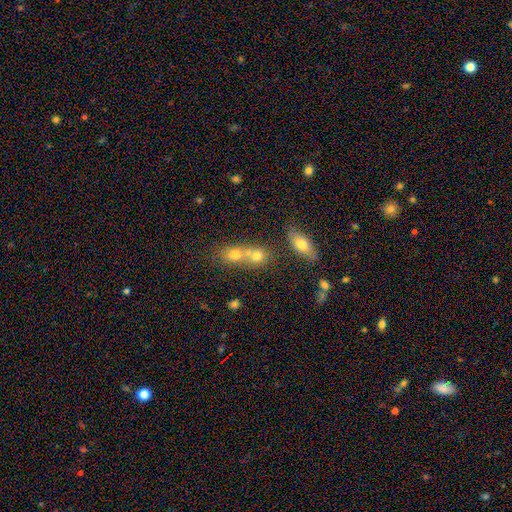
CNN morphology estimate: smooth-or-featured: smooth: 65% | featured or disk: 20% | star or artifact: 15%
  how-rounded: round: 59% | in between: 37% | cigar-shaped: 5%
  merging: merger: 64% | none: 27% | minor disturbance: 6% | major disturbance: 3%